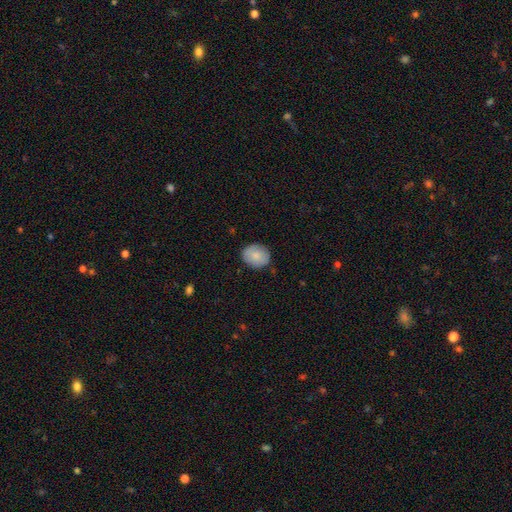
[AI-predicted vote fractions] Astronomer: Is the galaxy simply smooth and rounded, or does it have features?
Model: smooth — 83%.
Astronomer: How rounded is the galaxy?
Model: round — 59% (runner-up: in between, 40%).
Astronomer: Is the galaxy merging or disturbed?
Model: none — 84%.